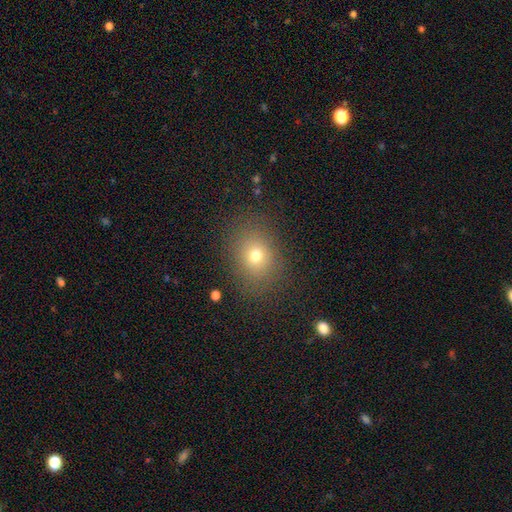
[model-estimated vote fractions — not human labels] A smooth galaxy with no disk features (72%) that is round (51%).

Vote fractions:
- Smooth or featured? smooth: 72% / star or artifact: 16% / featured or disk: 12%
- How rounded? round: 51% / in between: 48% / cigar-shaped: 1%
- Merging? none: 84% / minor disturbance: 10% / major disturbance: 5% / merger: 1%